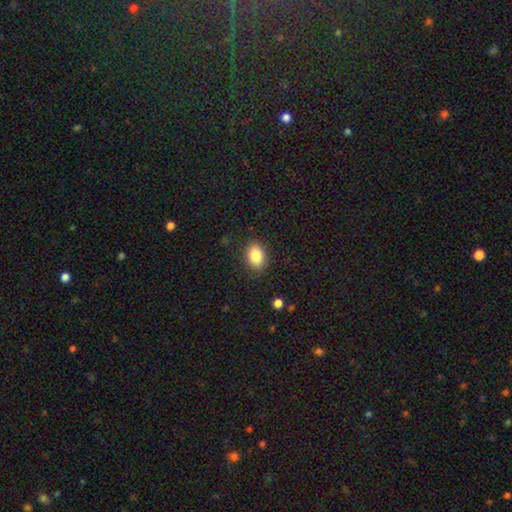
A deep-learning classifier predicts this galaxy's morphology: Overall: smooth (86%). How rounded: in between (82%). Merging: none (85%).